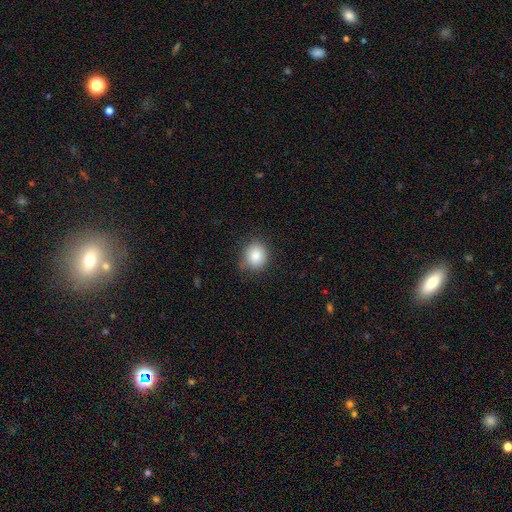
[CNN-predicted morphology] Smooth or featured: smooth — 86% (star or artifact — 9%)
How rounded: round — 78% (in between — 21%)
Merging: none — 79% (minor disturbance — 17%)